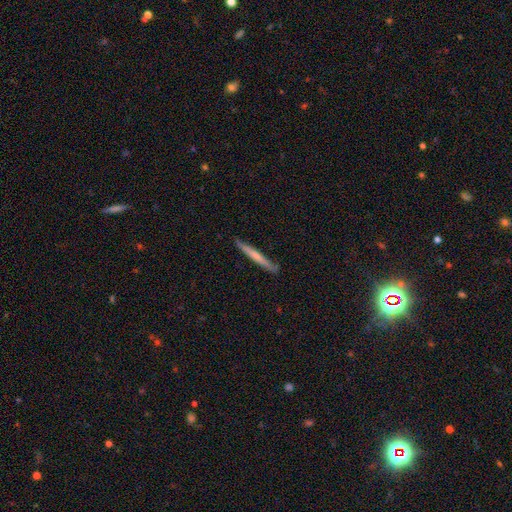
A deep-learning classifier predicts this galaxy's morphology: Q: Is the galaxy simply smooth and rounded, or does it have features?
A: smooth — 52%.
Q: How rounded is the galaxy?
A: cigar-shaped — 96%.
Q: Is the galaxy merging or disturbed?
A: none — 88%.